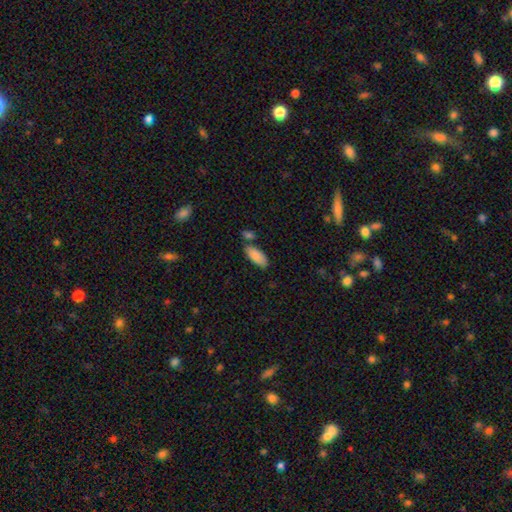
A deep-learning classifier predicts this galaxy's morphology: The model was most divided on "merging": none: 64%, merger: 16%, minor disturbance: 16%, major disturbance: 4%. More confident: smooth or featured — smooth (87%); how rounded — in between (86%).